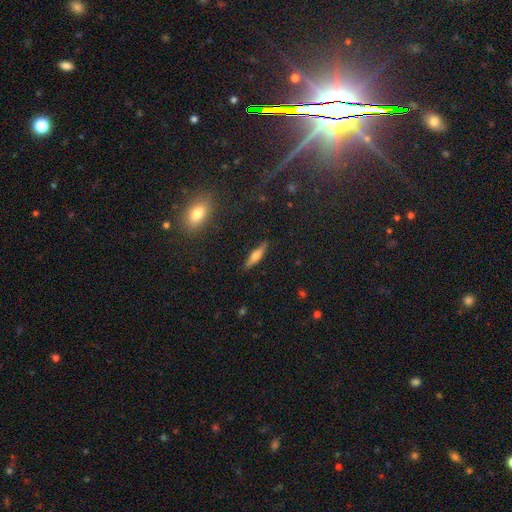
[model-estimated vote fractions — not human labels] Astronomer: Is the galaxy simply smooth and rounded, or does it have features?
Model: smooth — 54% (runner-up: featured or disk, 38%).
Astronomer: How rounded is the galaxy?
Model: cigar-shaped — 73%.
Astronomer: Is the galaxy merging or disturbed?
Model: none — 87%.